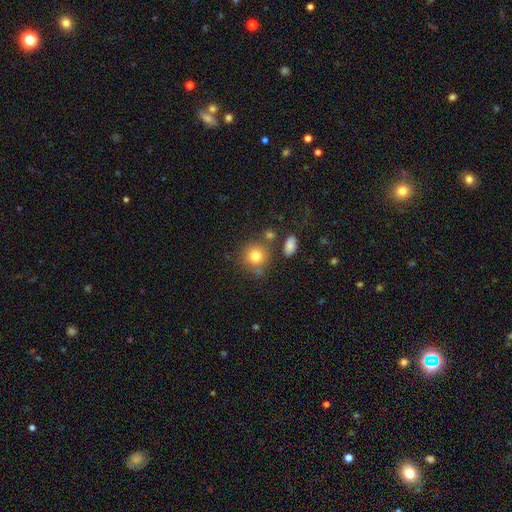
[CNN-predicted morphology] Q: Smooth or featured?
A: smooth (78%); runner-up: star or artifact (12%)
Q: How rounded?
A: round (88%); runner-up: in between (11%)
Q: Merging?
A: none (72%); runner-up: minor disturbance (13%)